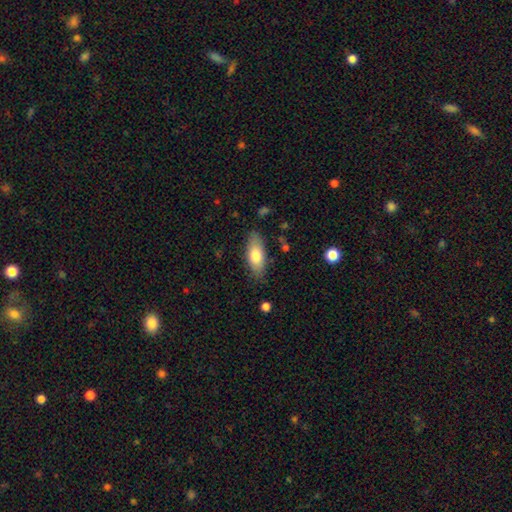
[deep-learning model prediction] A smooth galaxy with no disk features (76%) that is in between round and cigar-shaped (76%).

Vote fractions:
- Smooth or featured? smooth: 76% / featured or disk: 18% / star or artifact: 6%
- How rounded? in between: 76% / cigar-shaped: 22% / round: 2%
- Merging? none: 82% / minor disturbance: 13% / major disturbance: 3% / merger: 2%